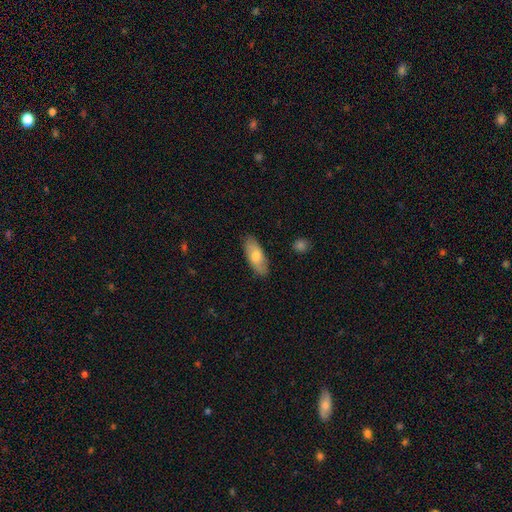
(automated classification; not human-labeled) Smooth or featured: smooth — 70% (featured or disk — 24%)
How rounded: in between — 81% (cigar-shaped — 17%)
Merging: none — 87% (minor disturbance — 10%)